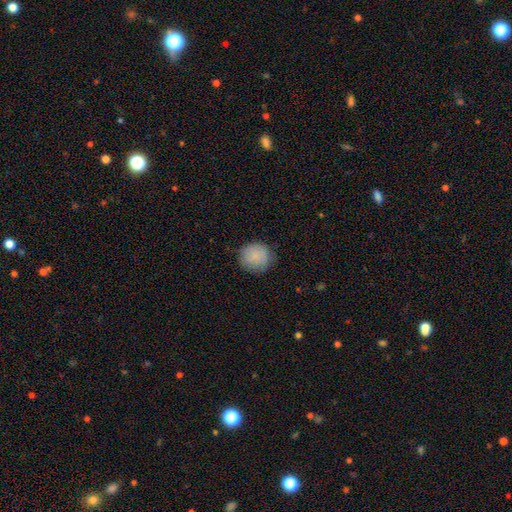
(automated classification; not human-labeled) smooth-or-featured: smooth: 84% | featured or disk: 8% | star or artifact: 7%
  how-rounded: round: 89% | in between: 10% | cigar-shaped: 1%
  merging: none: 80% | minor disturbance: 15% | major disturbance: 3% | merger: 1%